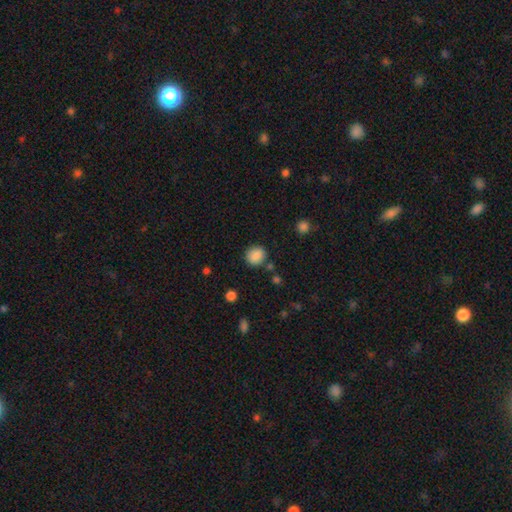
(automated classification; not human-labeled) This is clearly a smooth galaxy (86%). How rounded: likely round (79%). Merging: clearly none (84%).